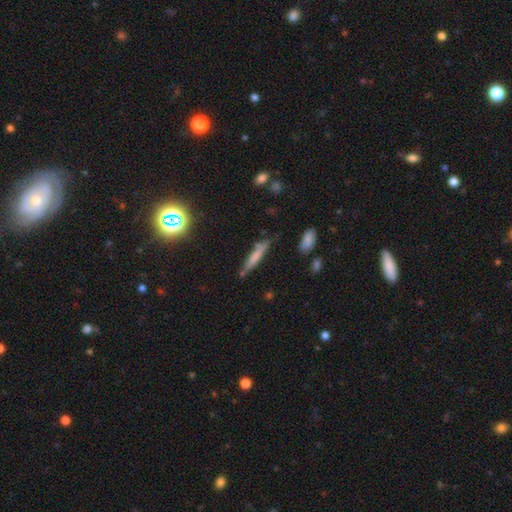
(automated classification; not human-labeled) Smooth or featured: smooth — 69% (featured or disk — 23%)
How rounded: cigar-shaped — 88% (in between — 11%)
Merging: none — 68% (minor disturbance — 20%)